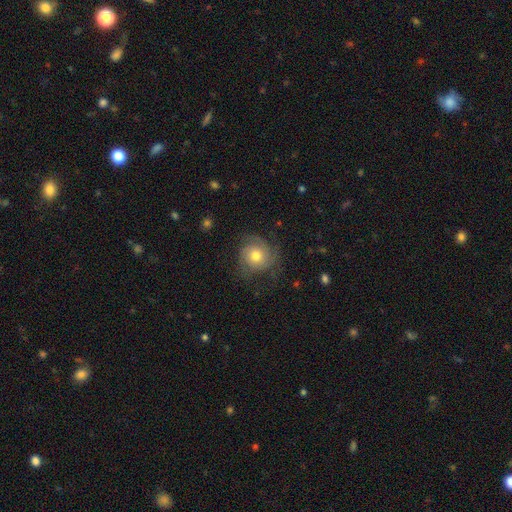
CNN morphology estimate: Smooth or featured? Predicted: featured or disk (p=0.52). Edge-on disk? Predicted: no (p=0.97). Bar? Predicted: no (p=0.83). Spiral arms? Predicted: yes (p=0.85). Bulge size? Predicted: moderate (p=0.73). Merging? Predicted: none (p=0.65).